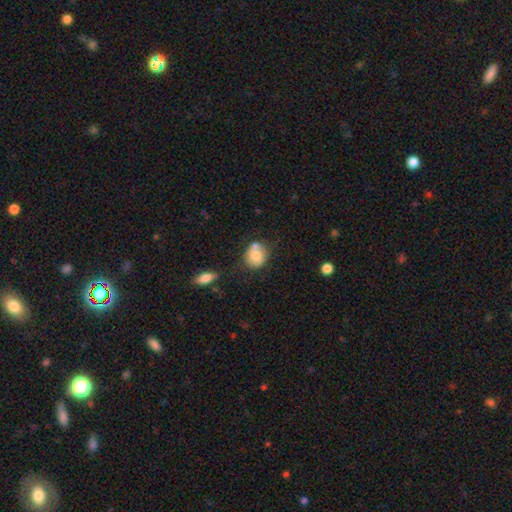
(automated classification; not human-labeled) Smooth or featured? smooth (71%)
How rounded? round (67%)
Merging? none (49%)